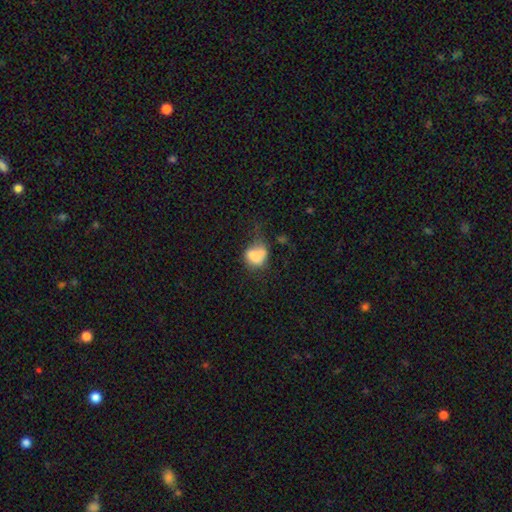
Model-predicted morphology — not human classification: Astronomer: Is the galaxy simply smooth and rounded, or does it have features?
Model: smooth — 70%.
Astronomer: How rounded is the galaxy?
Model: in between — 57% (runner-up: round, 42%).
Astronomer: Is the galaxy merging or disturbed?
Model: major disturbance — 30% (runner-up: minor disturbance, 26%).